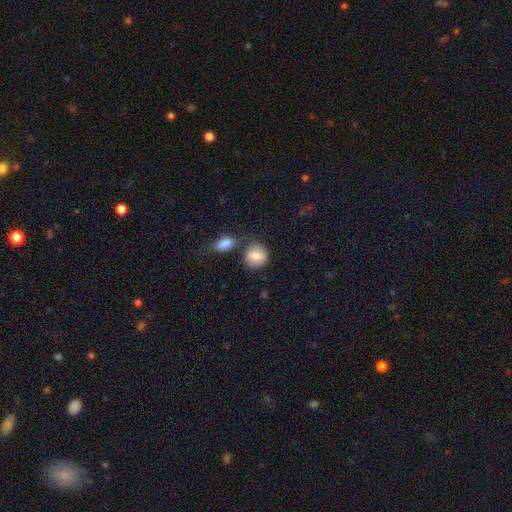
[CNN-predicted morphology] smooth-or-featured: smooth: 80% | featured or disk: 12% | star or artifact: 8%
  how-rounded: round: 82% | in between: 17% | cigar-shaped: 1%
  merging: none: 63% | merger: 19% | minor disturbance: 13% | major disturbance: 5%